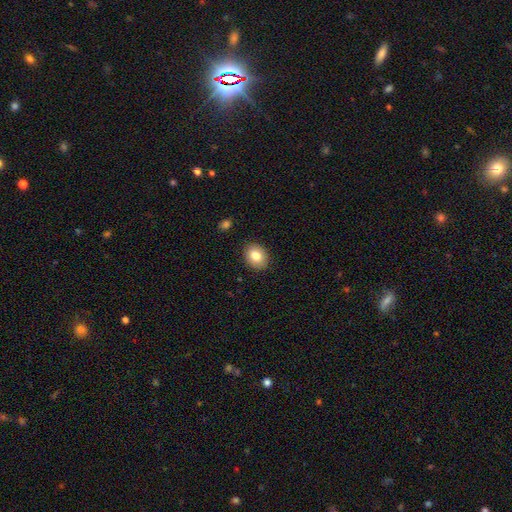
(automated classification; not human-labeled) smooth_or_featured: smooth (p=0.82) [alt: featured or disk p=0.10]
how_rounded: in between (p=0.52) [alt: round p=0.47]
merging: none (p=0.89) [alt: minor disturbance p=0.08]